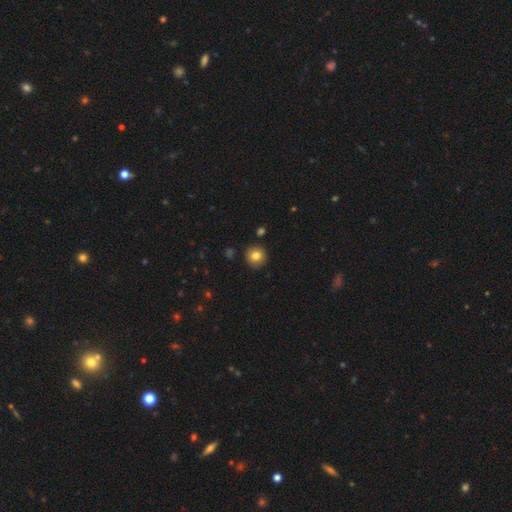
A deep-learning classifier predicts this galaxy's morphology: The model was most divided on "smooth or featured": smooth: 82%, star or artifact: 10%, featured or disk: 8%. More confident: how rounded — round (93%); merging — none (89%).